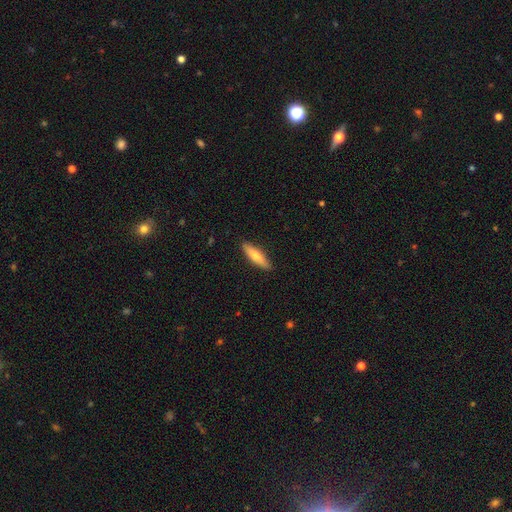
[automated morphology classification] Overall: smooth (71%). How rounded: cigar-shaped (74%). Merging: none (90%).